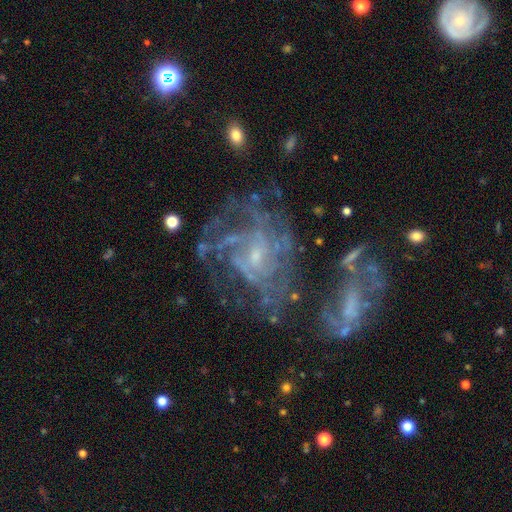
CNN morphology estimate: A featured or disk galaxy (81%) with no bar (60%), tight (47%) spiral arms (84%) and a small central bulge (69%). Merging: none (44%).